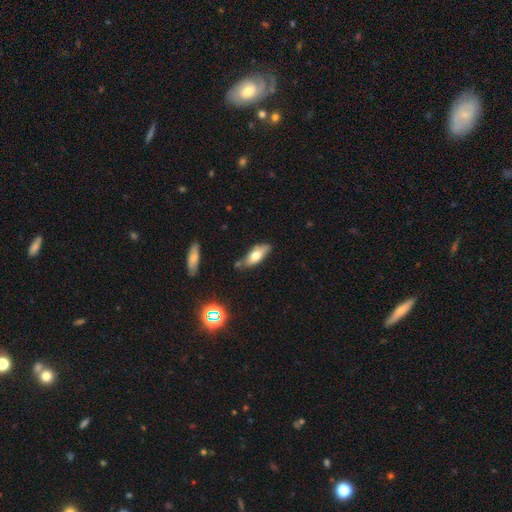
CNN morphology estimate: Smooth or featured? Predicted: smooth (p=0.65). How rounded? Predicted: in between (p=0.71). Merging? Predicted: none (p=0.69).